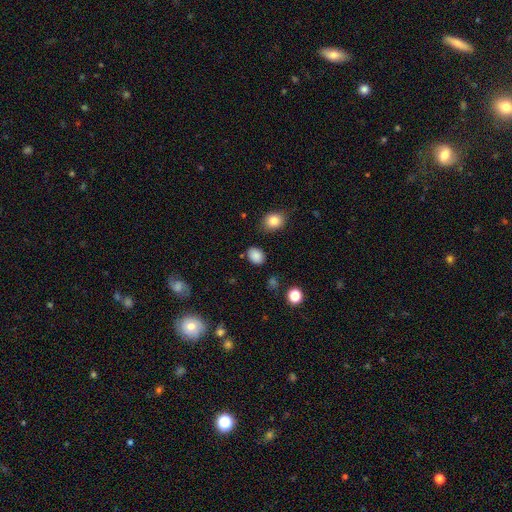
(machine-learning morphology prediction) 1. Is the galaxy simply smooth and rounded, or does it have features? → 86% smooth, 10% star or artifact, 4% featured or disk.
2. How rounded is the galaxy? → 67% in between, 32% round, 1% cigar-shaped.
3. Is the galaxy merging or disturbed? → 83% none, 12% minor disturbance, 3% major disturbance, 3% merger.